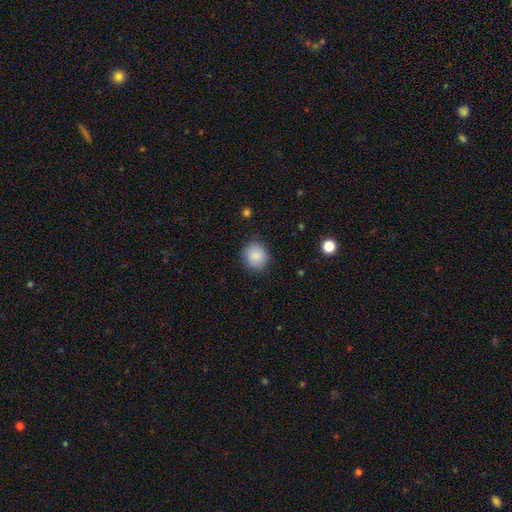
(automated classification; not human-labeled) A smooth galaxy with no disk features (86%) that is round (76%).

Vote fractions:
- Smooth or featured? smooth: 86% / star or artifact: 8% / featured or disk: 6%
- How rounded? round: 76% / in between: 23% / cigar-shaped: 1%
- Merging? none: 86% / minor disturbance: 10% / major disturbance: 3% / merger: 1%